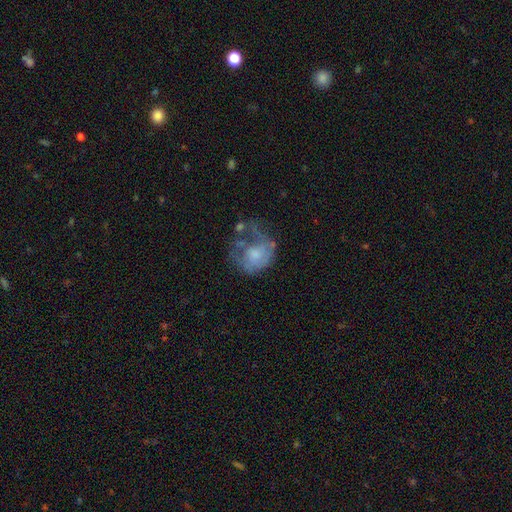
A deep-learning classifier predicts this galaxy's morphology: A featured or disk galaxy (50%).

Vote fractions:
- Smooth or featured? featured or disk: 50% / smooth: 41% / star or artifact: 9%
- Merging? major disturbance: 42% / none: 27% / minor disturbance: 22% / merger: 8%